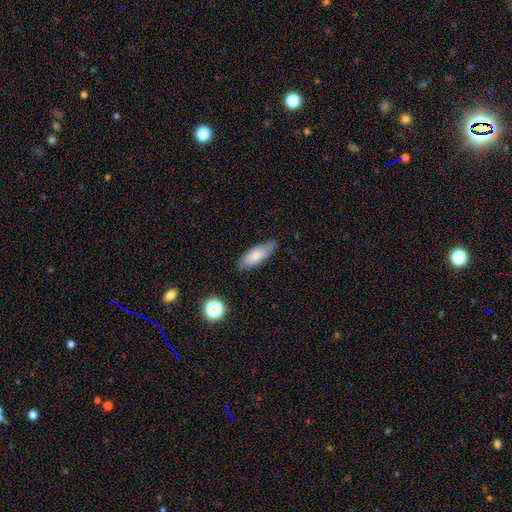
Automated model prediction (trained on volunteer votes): Smooth or featured?
  - smooth: 72% *
  - featured or disk: 21%
  - star or artifact: 7%
How rounded?
  - in between: 72% *
  - cigar-shaped: 26%
  - round: 2%
Merging?
  - none: 73% *
  - minor disturbance: 22%
  - major disturbance: 4%
  - merger: 2%